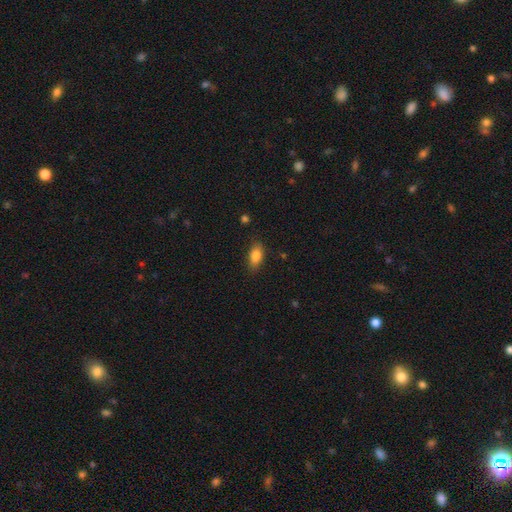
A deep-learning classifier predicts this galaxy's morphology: Smooth or featured? smooth (82%)
How rounded? in between (86%)
Merging? none (83%)